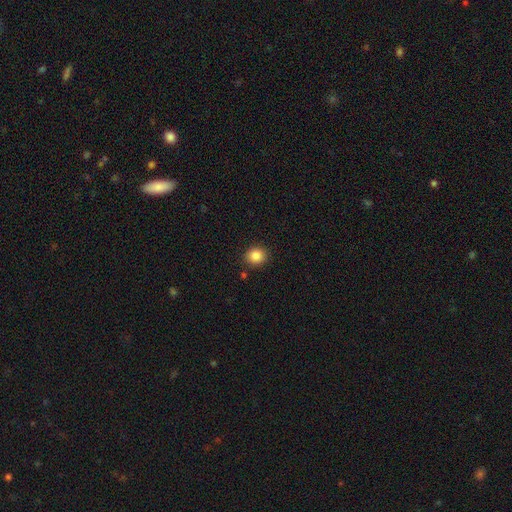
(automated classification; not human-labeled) Smooth or featured: smooth — 86% (star or artifact — 10%)
How rounded: round — 76% (in between — 23%)
Merging: none — 87% (minor disturbance — 8%)